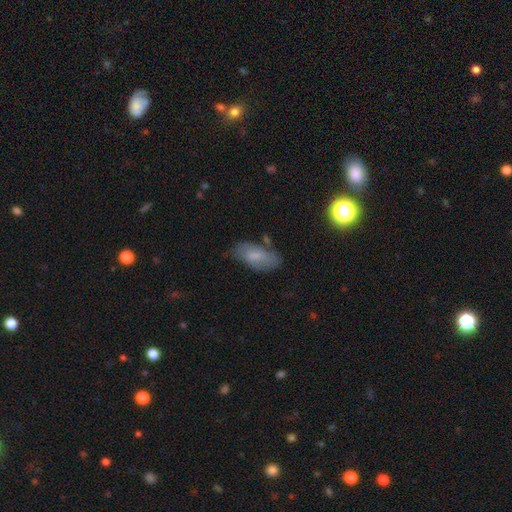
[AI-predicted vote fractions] Smooth or featured? Predicted: smooth (p=0.64). How rounded? Predicted: in between (p=0.86). Merging? Predicted: none (p=0.66).